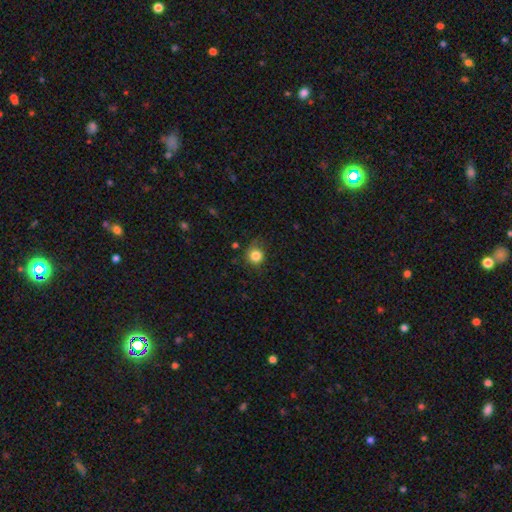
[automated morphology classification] This is clearly a smooth galaxy (83%). How rounded: clearly round (83%). Merging: likely none (66%).